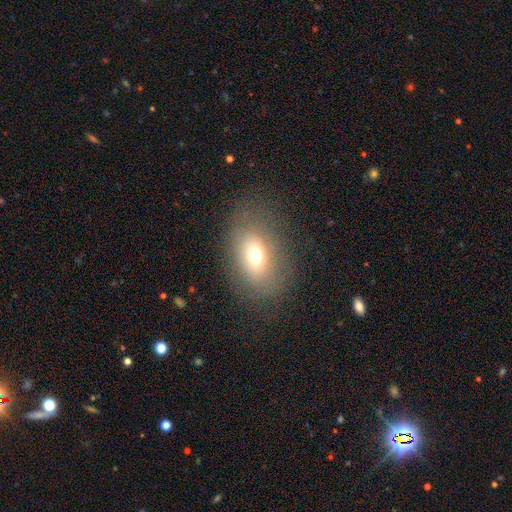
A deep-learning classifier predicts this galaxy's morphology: This is likely a smooth galaxy (66%). How rounded: likely in between (78%). Merging: likely none (77%).